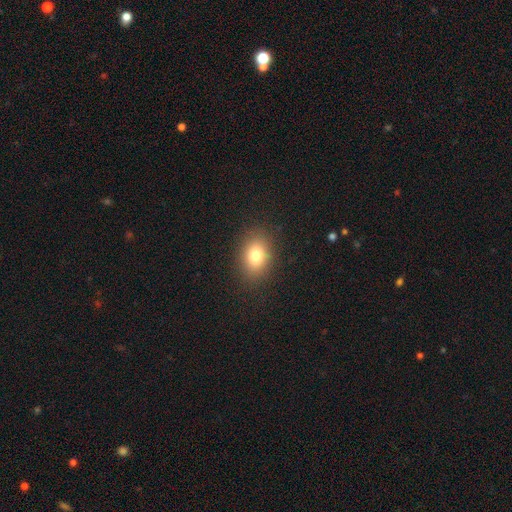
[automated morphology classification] Smooth or featured?
  - smooth: 79% *
  - star or artifact: 11%
  - featured or disk: 10%
How rounded?
  - in between: 71% *
  - round: 28%
  - cigar-shaped: 1%
Merging?
  - none: 88% *
  - minor disturbance: 8%
  - major disturbance: 3%
  - merger: 1%